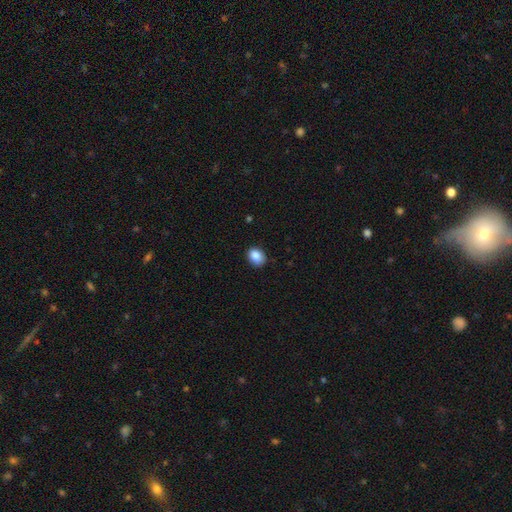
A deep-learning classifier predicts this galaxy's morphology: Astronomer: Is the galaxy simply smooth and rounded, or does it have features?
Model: smooth — 87%.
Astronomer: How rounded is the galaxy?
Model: in between — 57% (runner-up: round, 42%).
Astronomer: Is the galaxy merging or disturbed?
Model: none — 84%.